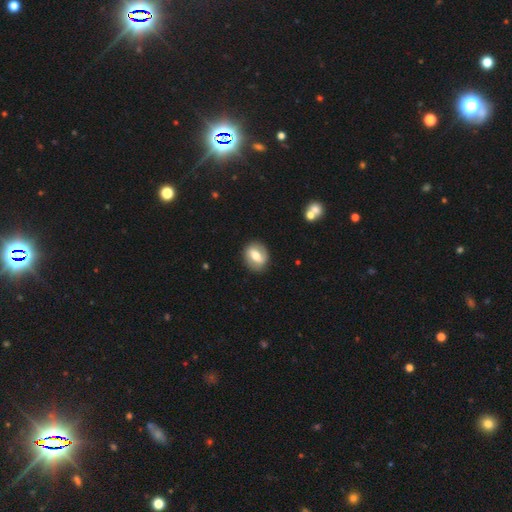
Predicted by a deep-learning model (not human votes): smooth_or_featured: featured or disk (p=0.49) [alt: smooth p=0.45]
merging: none (p=0.85) [alt: minor disturbance p=0.10]